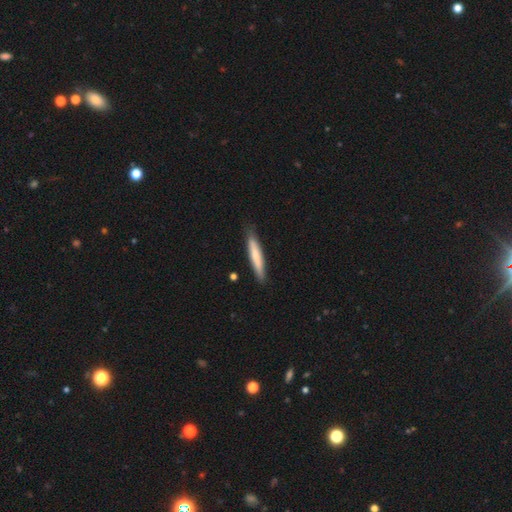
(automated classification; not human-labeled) Smooth or featured? smooth (71%)
How rounded? cigar-shaped (92%)
Merging? none (84%)